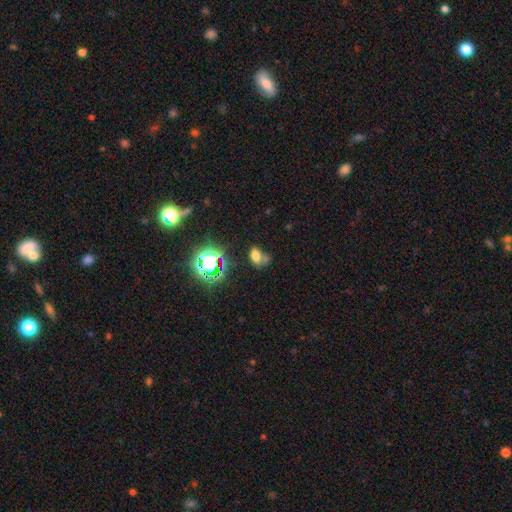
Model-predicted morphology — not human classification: Q: Smooth or featured?
A: smooth (64%); runner-up: star or artifact (24%)
Q: How rounded?
A: in between (75%); runner-up: round (23%)
Q: Merging?
A: none (42%); runner-up: merger (22%)